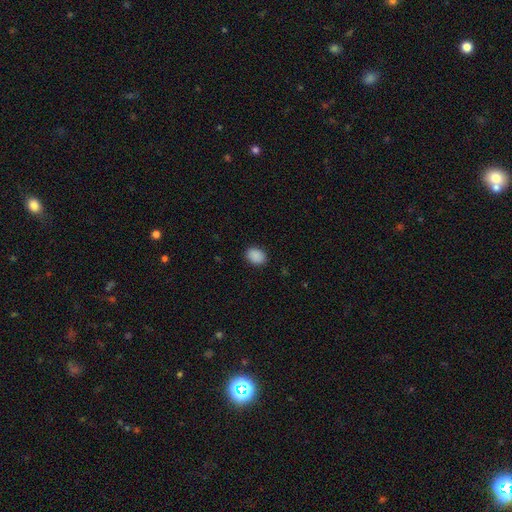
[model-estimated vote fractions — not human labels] This is clearly a smooth galaxy (90%). How rounded: likely in between (68%). Merging: clearly none (89%).